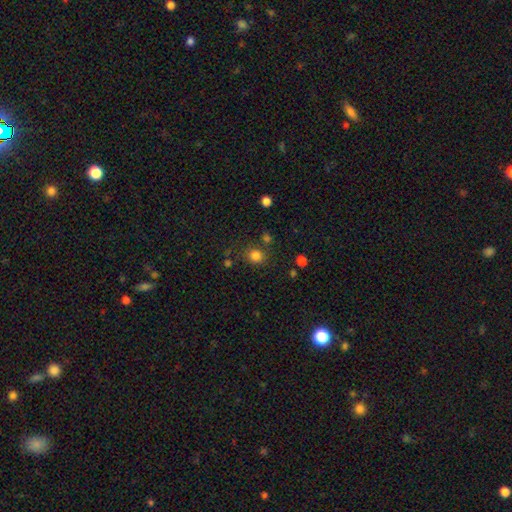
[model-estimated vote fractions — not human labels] Smooth or featured? Predicted: smooth (p=0.81). How rounded? Predicted: round (p=0.83). Merging? Predicted: none (p=0.78).